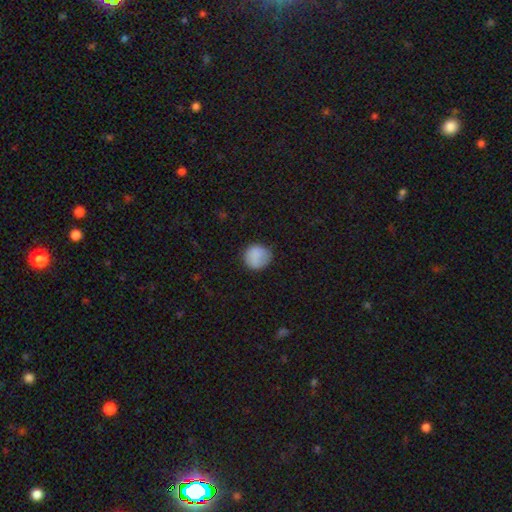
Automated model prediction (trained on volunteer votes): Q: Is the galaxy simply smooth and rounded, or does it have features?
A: smooth — 85%.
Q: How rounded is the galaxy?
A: round — 88%.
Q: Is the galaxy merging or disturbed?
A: none — 73%.